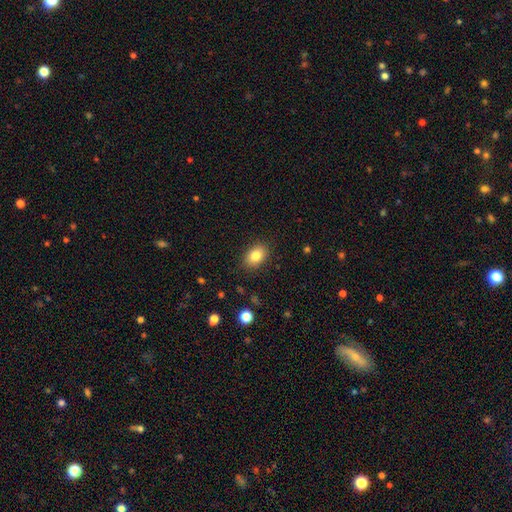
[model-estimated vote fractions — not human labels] Smooth or featured? smooth (83%)
How rounded? in between (82%)
Merging? none (87%)